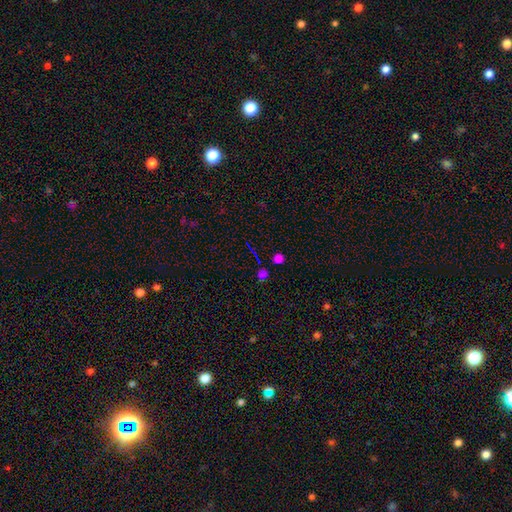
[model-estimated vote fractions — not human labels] This appears to be a star or artifact, not a galaxy (47%).